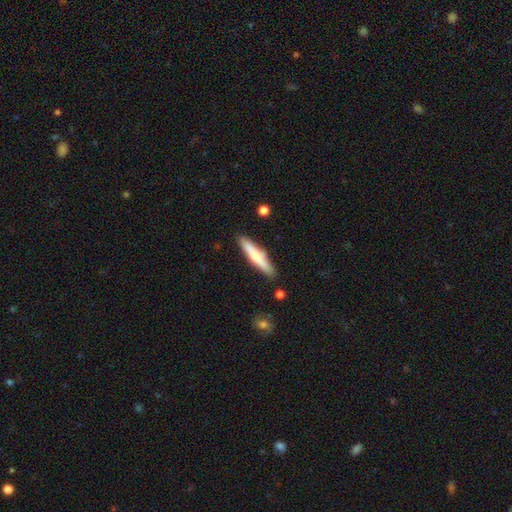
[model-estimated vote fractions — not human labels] Smooth or featured?
  - smooth: 56% *
  - featured or disk: 38%
  - star or artifact: 6%
How rounded?
  - cigar-shaped: 88% *
  - in between: 10%
  - round: 2%
Merging?
  - none: 85% *
  - minor disturbance: 10%
  - merger: 3%
  - major disturbance: 2%